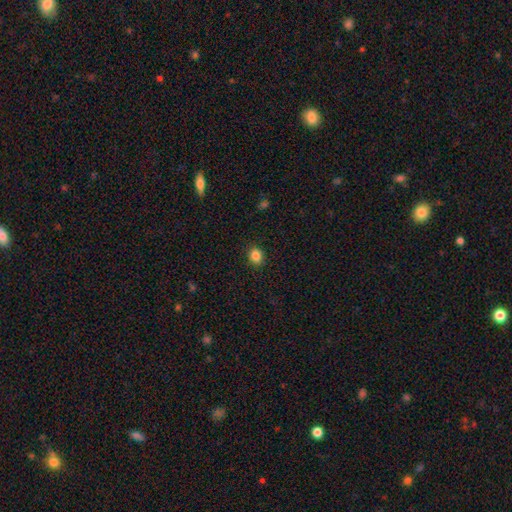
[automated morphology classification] Q: Smooth or featured?
A: smooth (85%); runner-up: star or artifact (11%)
Q: How rounded?
A: round (58%); runner-up: in between (41%)
Q: Merging?
A: none (90%); runner-up: minor disturbance (7%)